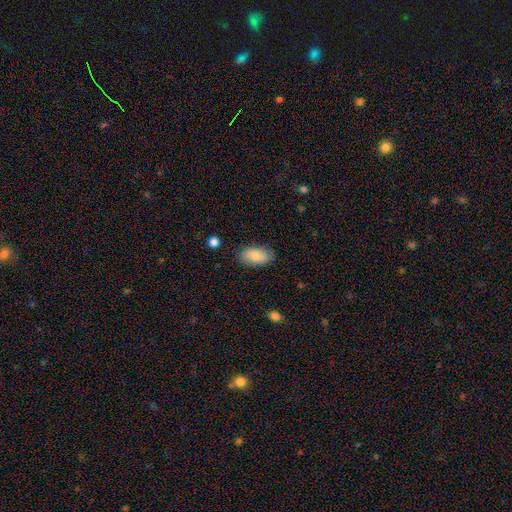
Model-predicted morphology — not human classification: Smooth or featured: smooth — 82% (featured or disk — 12%)
How rounded: in between — 94% (round — 4%)
Merging: none — 83% (minor disturbance — 13%)